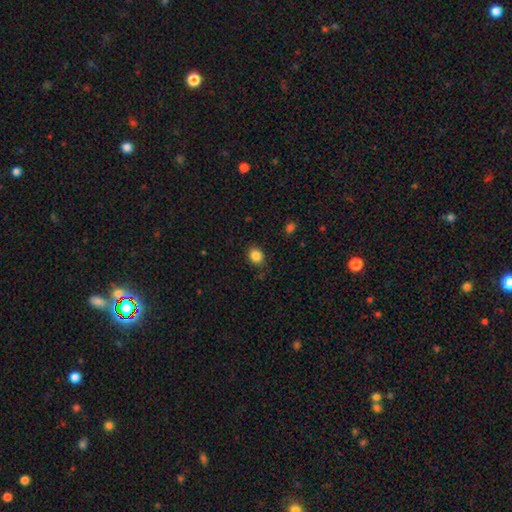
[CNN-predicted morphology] Smooth or featured?
  - smooth: 86% *
  - star or artifact: 10%
  - featured or disk: 4%
How rounded?
  - round: 54% *
  - in between: 45%
  - cigar-shaped: 1%
Merging?
  - none: 87% *
  - minor disturbance: 10%
  - major disturbance: 3%
  - merger: 1%